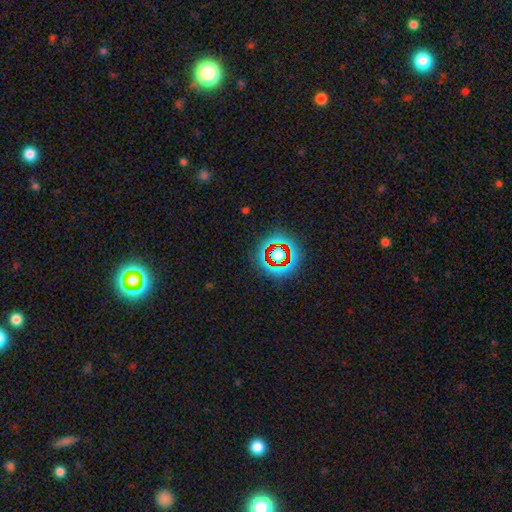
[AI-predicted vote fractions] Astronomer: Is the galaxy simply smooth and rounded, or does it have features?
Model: star or artifact — 64%.